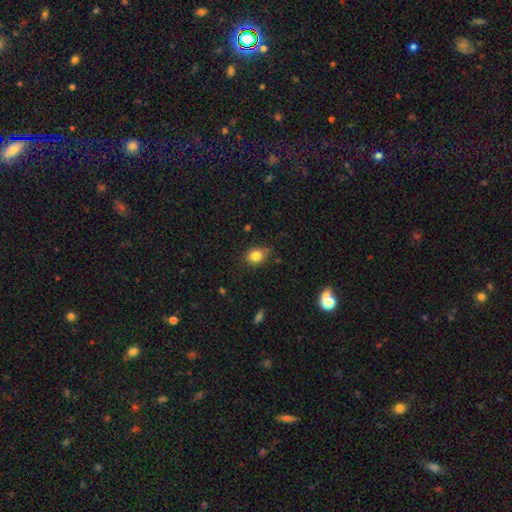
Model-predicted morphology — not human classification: smooth-or-featured: smooth: 83% | star or artifact: 11% | featured or disk: 7%
  how-rounded: round: 59% | in between: 40% | cigar-shaped: 1%
  merging: none: 69% | minor disturbance: 24% | major disturbance: 5% | merger: 2%